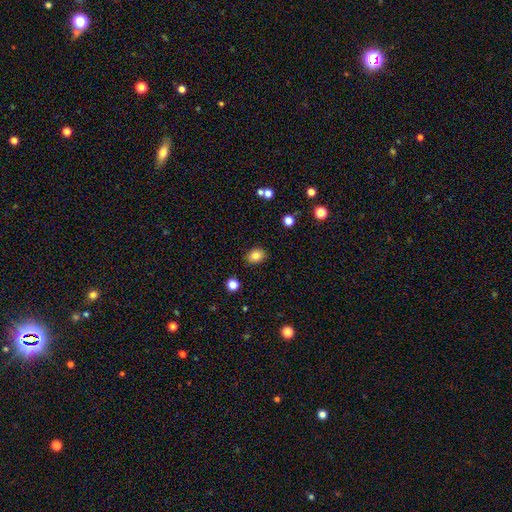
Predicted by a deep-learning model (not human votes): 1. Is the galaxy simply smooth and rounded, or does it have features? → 82% smooth, 10% star or artifact, 7% featured or disk.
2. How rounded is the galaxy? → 58% in between, 41% round, 1% cigar-shaped.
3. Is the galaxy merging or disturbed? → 87% none, 9% minor disturbance, 2% major disturbance, 1% merger.